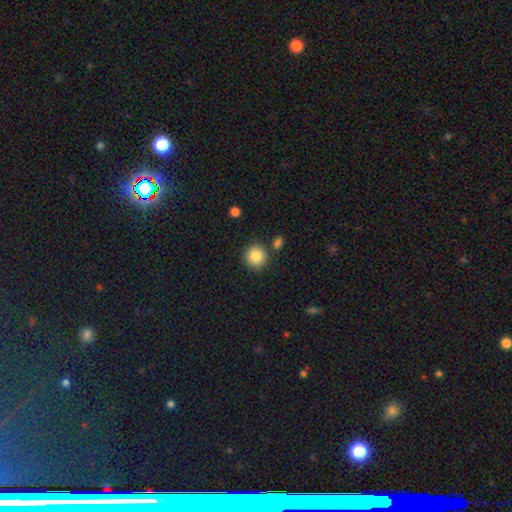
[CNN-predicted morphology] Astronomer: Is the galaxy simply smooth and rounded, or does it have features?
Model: smooth — 86%.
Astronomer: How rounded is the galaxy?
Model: round — 92%.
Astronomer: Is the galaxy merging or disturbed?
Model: none — 84%.